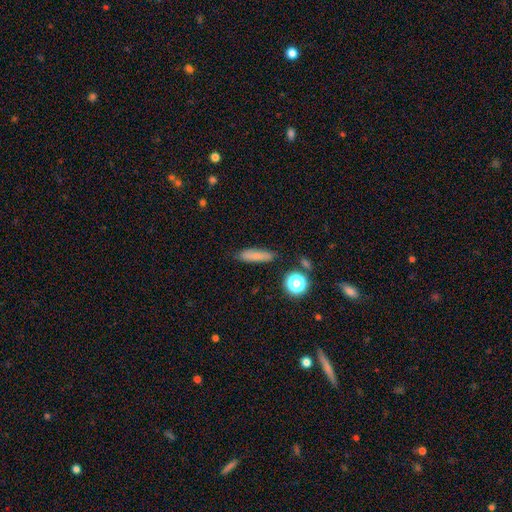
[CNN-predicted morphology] Overall: smooth (77%). How rounded: cigar-shaped (68%). Merging: none (83%).